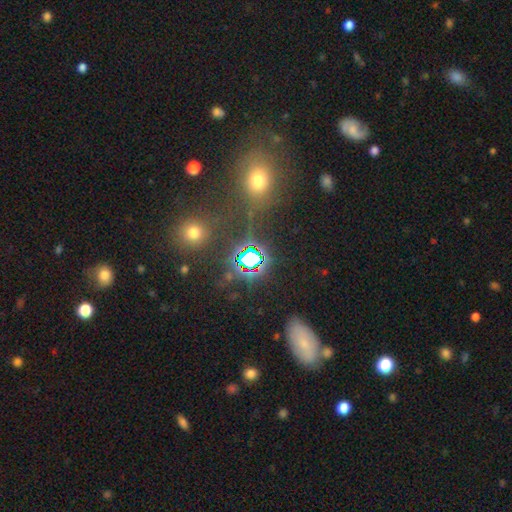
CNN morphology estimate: Smooth or featured? star or artifact (69%)